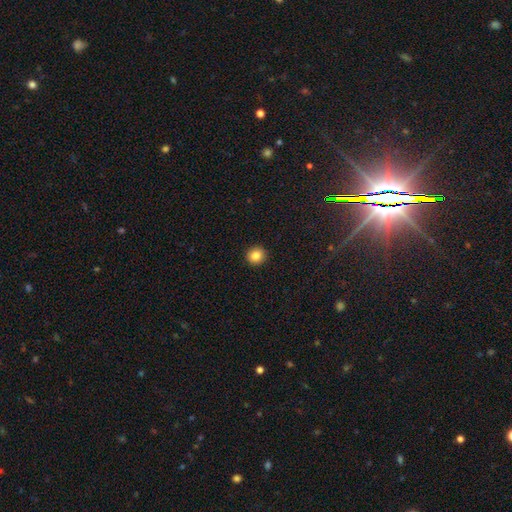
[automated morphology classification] Smooth or featured: smooth — 84% (star or artifact — 10%)
How rounded: round — 94% (in between — 5%)
Merging: none — 93% (minor disturbance — 4%)